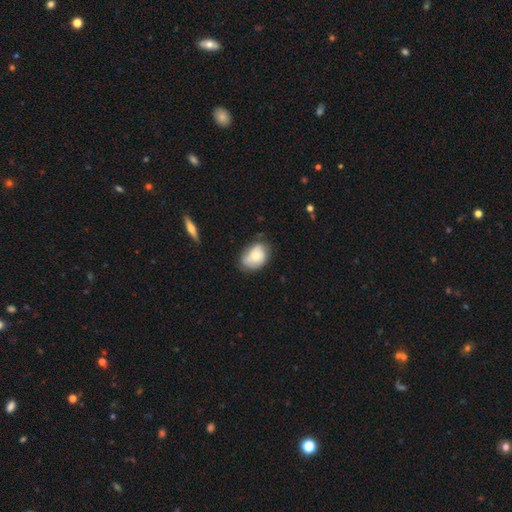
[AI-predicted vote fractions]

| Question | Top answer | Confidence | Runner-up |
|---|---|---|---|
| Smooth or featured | smooth | 61% | featured or disk (32%) |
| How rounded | in between | 72% | round (27%) |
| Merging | none | 58% | minor disturbance (32%) |